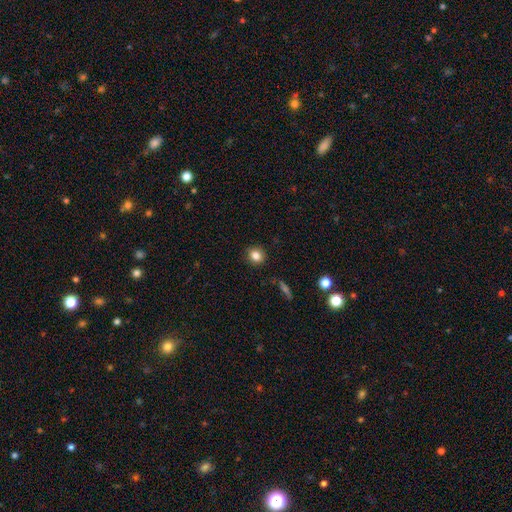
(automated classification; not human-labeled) The model was most divided on "how rounded": round: 80%, in between: 19%, cigar-shaped: 1%. More confident: merging — none (88%); smooth or featured — smooth (83%).